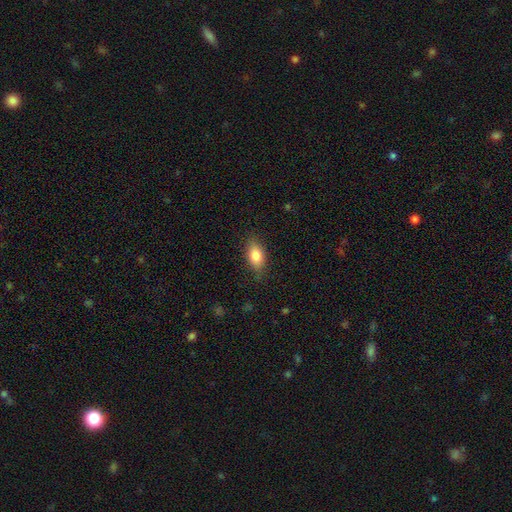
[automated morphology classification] Smooth or featured?
  - smooth: 82% *
  - featured or disk: 10%
  - star or artifact: 8%
How rounded?
  - in between: 86% *
  - round: 8%
  - cigar-shaped: 6%
Merging?
  - none: 81% *
  - minor disturbance: 15%
  - major disturbance: 3%
  - merger: 1%